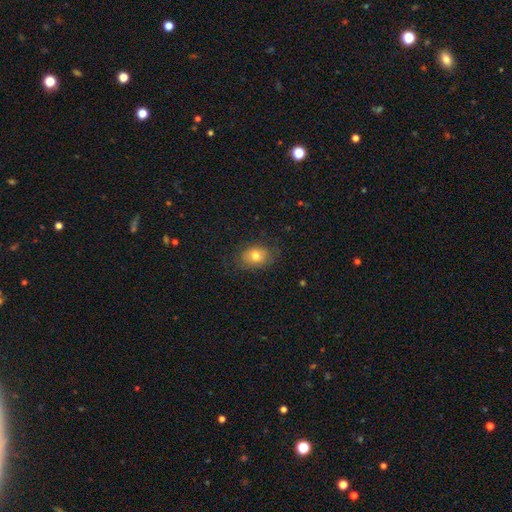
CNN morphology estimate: Smooth or featured? Predicted: smooth (p=0.74). How rounded? Predicted: in between (p=0.65). Merging? Predicted: none (p=0.78).